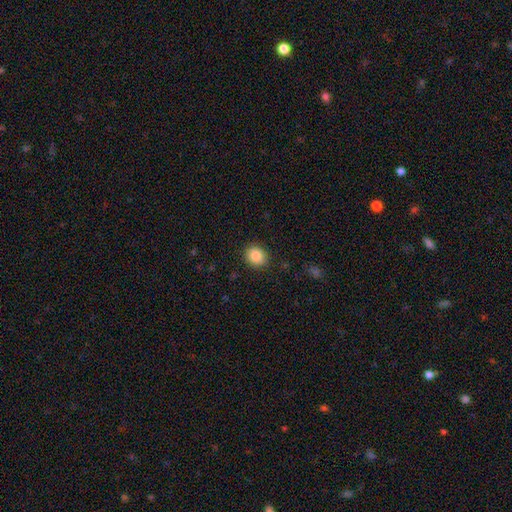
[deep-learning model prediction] smooth-or-featured: smooth: 87% | star or artifact: 9% | featured or disk: 4%
  how-rounded: round: 73% | in between: 26% | cigar-shaped: 1%
  merging: none: 89% | minor disturbance: 8% | major disturbance: 2% | merger: 1%